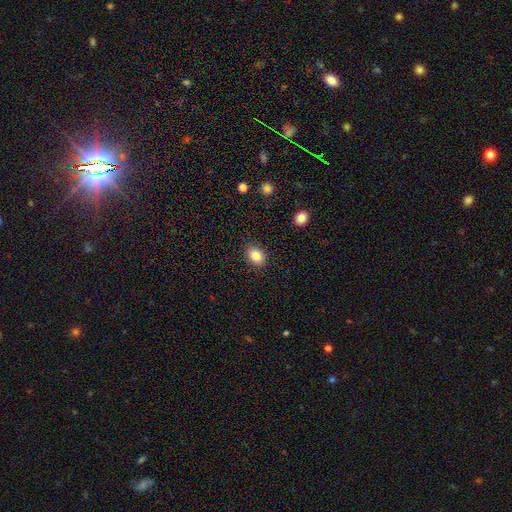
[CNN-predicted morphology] This is clearly a smooth galaxy (85%). How rounded: possibly in between (58%). Merging: clearly none (88%).